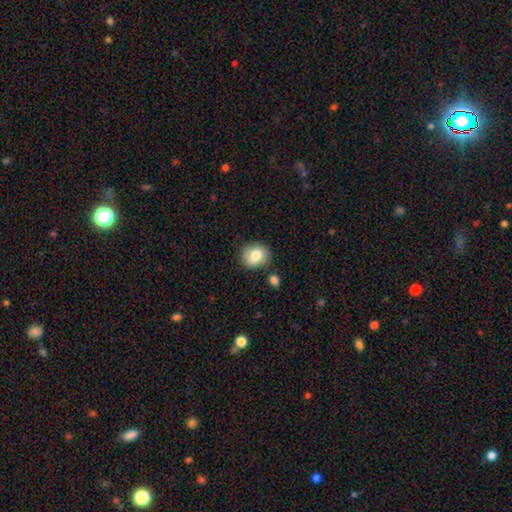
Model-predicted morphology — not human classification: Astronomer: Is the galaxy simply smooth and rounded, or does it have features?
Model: smooth — 81%.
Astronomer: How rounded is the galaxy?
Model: round — 63%.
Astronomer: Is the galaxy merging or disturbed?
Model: none — 77%.